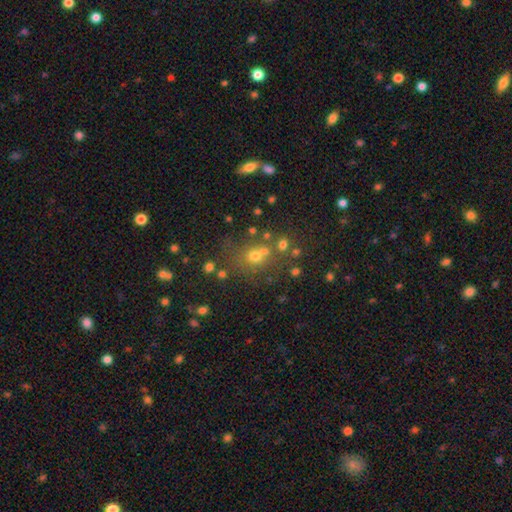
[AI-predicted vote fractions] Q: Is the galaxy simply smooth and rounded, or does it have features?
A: smooth — 59%.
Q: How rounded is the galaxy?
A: round — 79%.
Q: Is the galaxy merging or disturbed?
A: none — 59%.